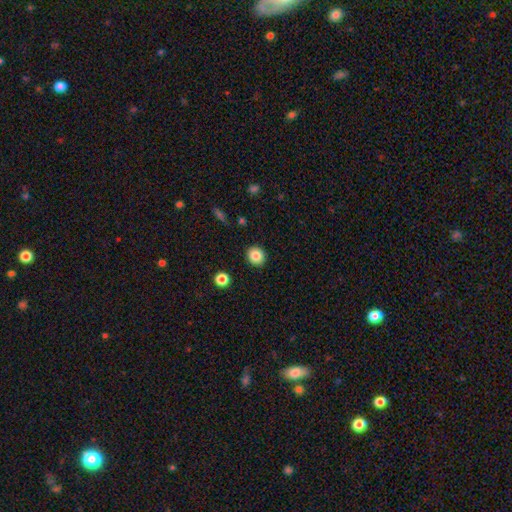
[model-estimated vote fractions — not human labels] smooth-or-featured: smooth: 86% | star or artifact: 9% | featured or disk: 5%
  how-rounded: round: 86% | in between: 13% | cigar-shaped: 1%
  merging: none: 91% | minor disturbance: 6% | major disturbance: 2% | merger: 1%